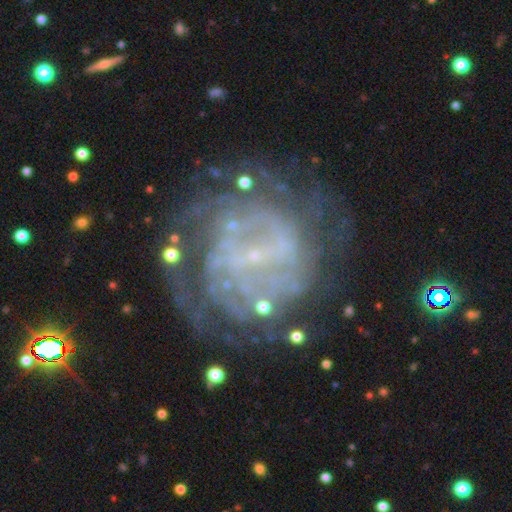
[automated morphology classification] A featured or disk galaxy (78%) with a weak bar (41%), tight (56%) spiral arms (75%) and a small central bulge (64%).

Vote fractions:
- Smooth or featured? featured or disk: 78% / smooth: 12% / star or artifact: 10%
- Edge-on disk? no: 98% / yes: 2%
- Bar? weak: 41% / no: 38% / strong: 21%
- Spiral arms? yes: 75% / no: 25%
- Spiral winding? tight: 56% / medium: 29% / loose: 15%
- Spiral arm count? can't tell: 50% / 2: 18% / 3: 11% / 4: 8% / more than 4: 6% / 1: 6%
- Bulge size? small: 64% / none: 29% / moderate: 5% / large: 1% / dominant: 1%
- Merging? none: 64% / minor disturbance: 17% / major disturbance: 16% / merger: 3%